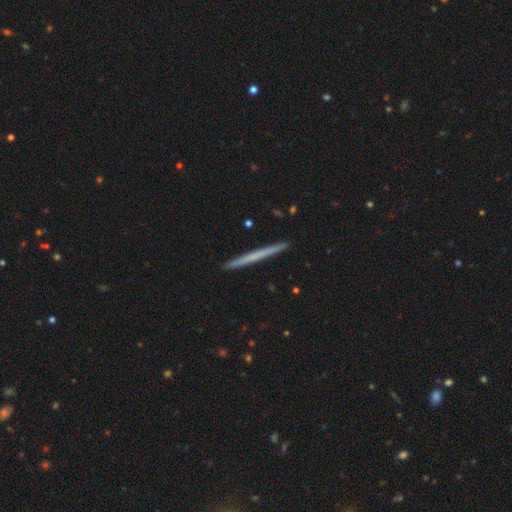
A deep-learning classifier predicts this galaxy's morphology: smooth_or_featured: smooth (p=0.50) [alt: featured or disk p=0.45]
how_rounded: cigar-shaped (p=0.97) [alt: in between p=0.01]
merging: none (p=0.93) [alt: minor disturbance p=0.05]